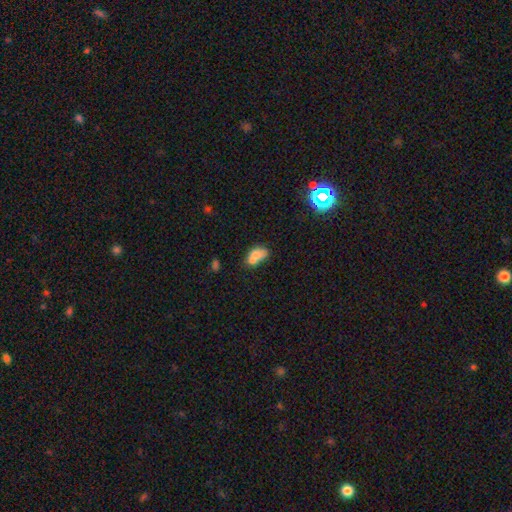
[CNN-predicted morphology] Smooth or featured: smooth — 72% (featured or disk — 18%)
How rounded: in between — 80% (round — 18%)
Merging: merger — 48% (none — 30%)